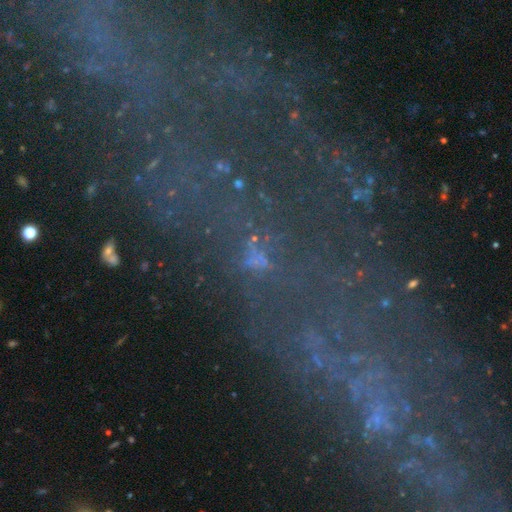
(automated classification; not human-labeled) This is possibly a star or artifact rather than a galaxy (56%).